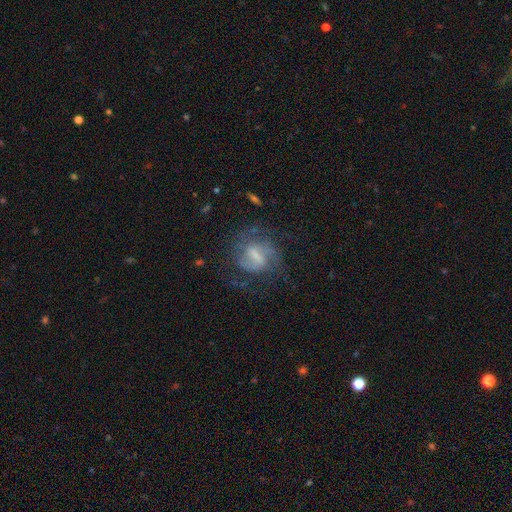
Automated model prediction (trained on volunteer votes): Q: Smooth or featured?
A: featured or disk (67%); runner-up: smooth (24%)
Q: Edge-on disk?
A: no (96%); runner-up: yes (4%)
Q: Bar?
A: weak (49%); runner-up: strong (32%)
Q: Spiral arms?
A: yes (78%); runner-up: no (22%)
Q: Spiral winding?
A: medium (45%); runner-up: tight (30%)
Q: Spiral arm count?
A: 2 (45%); runner-up: can't tell (30%)
Q: Bulge size?
A: small (35%); runner-up: moderate (28%)
Q: Merging?
A: none (52%); runner-up: major disturbance (25%)